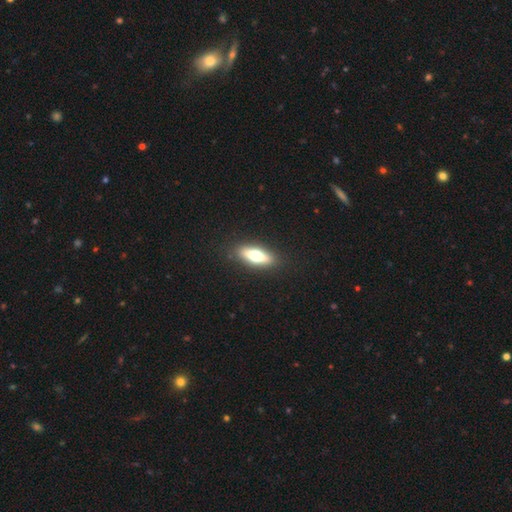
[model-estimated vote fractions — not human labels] smooth_or_featured: smooth (p=0.58) [alt: featured or disk p=0.35]
how_rounded: in between (p=0.53) [alt: cigar-shaped p=0.44]
merging: none (p=0.88) [alt: minor disturbance p=0.08]